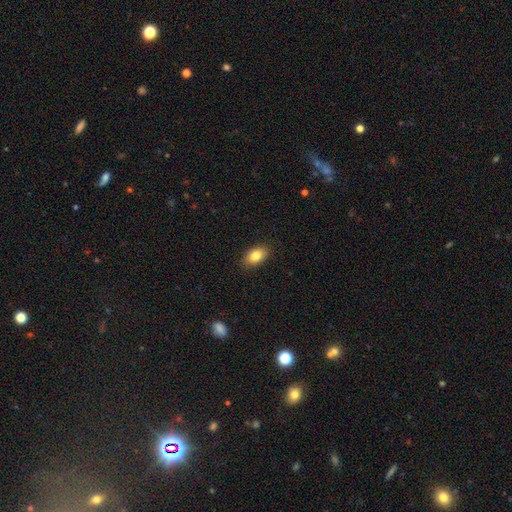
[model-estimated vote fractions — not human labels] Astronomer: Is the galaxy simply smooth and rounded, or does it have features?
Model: smooth — 83%.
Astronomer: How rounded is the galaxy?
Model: in between — 90%.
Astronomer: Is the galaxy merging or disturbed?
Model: none — 87%.